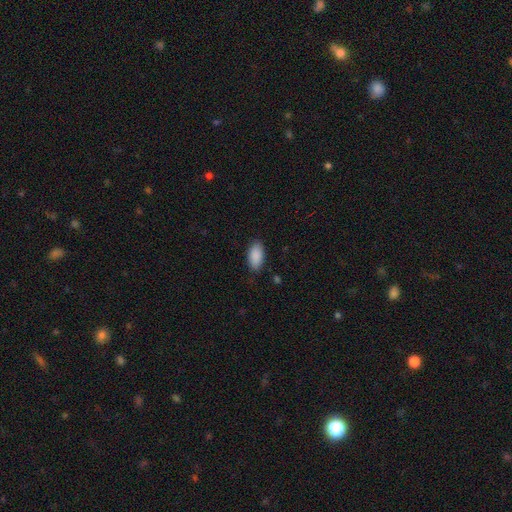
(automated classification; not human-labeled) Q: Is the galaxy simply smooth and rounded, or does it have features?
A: smooth — 90%.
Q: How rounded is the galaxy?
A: in between — 94%.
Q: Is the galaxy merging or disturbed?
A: none — 85%.